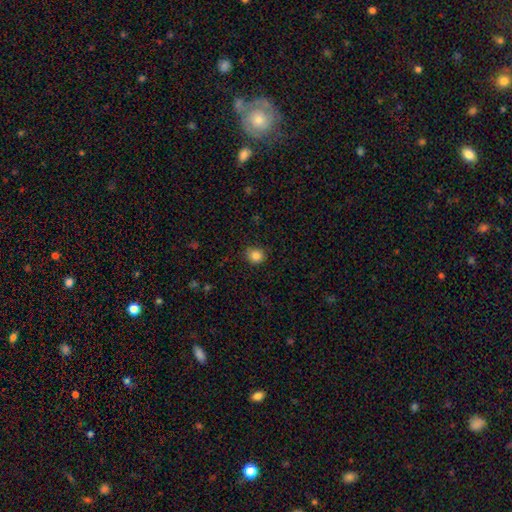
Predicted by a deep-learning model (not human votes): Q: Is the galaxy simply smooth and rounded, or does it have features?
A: smooth — 86%.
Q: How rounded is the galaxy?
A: round — 80%.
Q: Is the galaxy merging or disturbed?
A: none — 84%.